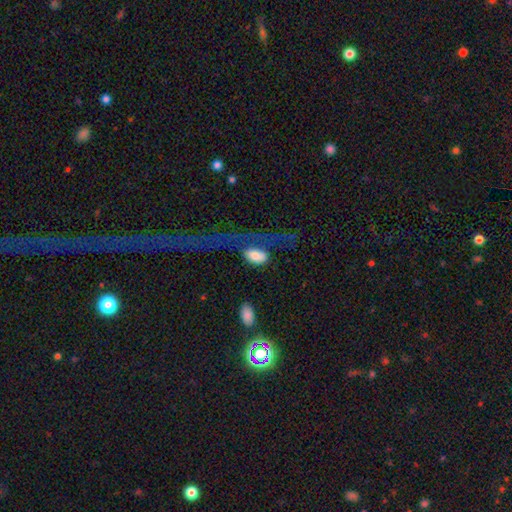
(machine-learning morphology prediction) smooth-or-featured: smooth: 72% | featured or disk: 19% | star or artifact: 9%
  how-rounded: in between: 90% | round: 7% | cigar-shaped: 3%
  merging: major disturbance: 50% | none: 25% | minor disturbance: 16% | merger: 10%